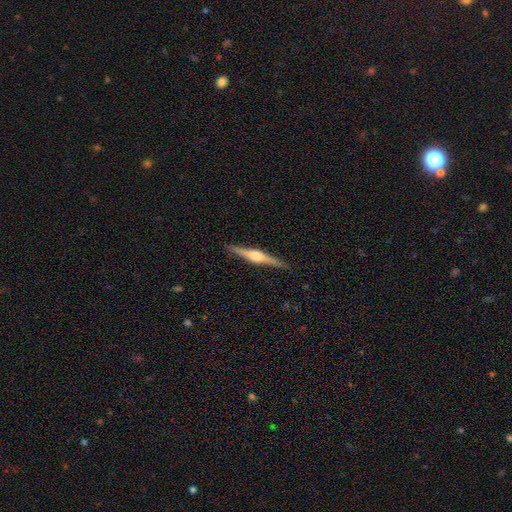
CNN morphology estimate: Smooth or featured: featured or disk — 78% (smooth — 17%)
Edge-on disk: yes — 98% (no — 2%)
Edge-on bulge: rounded — 90% (boxy — 7%)
Merging: none — 91% (minor disturbance — 7%)